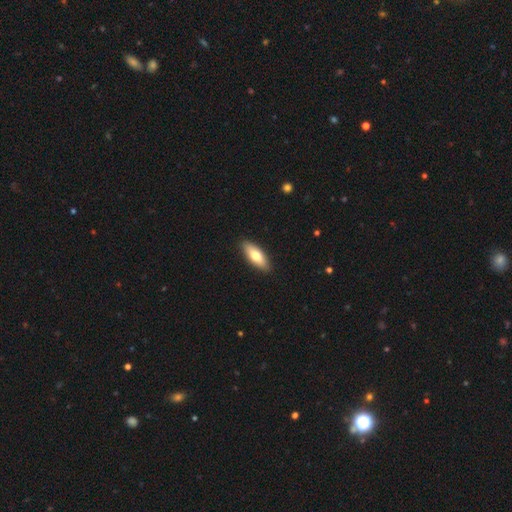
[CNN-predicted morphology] Smooth or featured? Predicted: smooth (p=0.72). How rounded? Predicted: in between (p=0.70). Merging? Predicted: none (p=0.90).